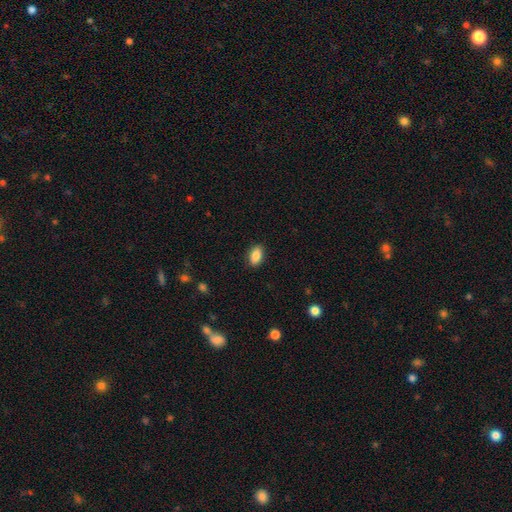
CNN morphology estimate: Overall: smooth (86%). How rounded: in between (90%). Merging: none (89%).